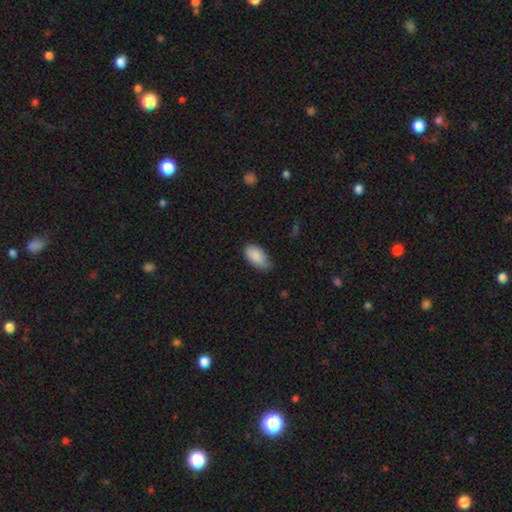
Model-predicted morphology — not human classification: Smooth or featured? Predicted: smooth (p=0.88). How rounded? Predicted: in between (p=0.94). Merging? Predicted: none (p=0.66).